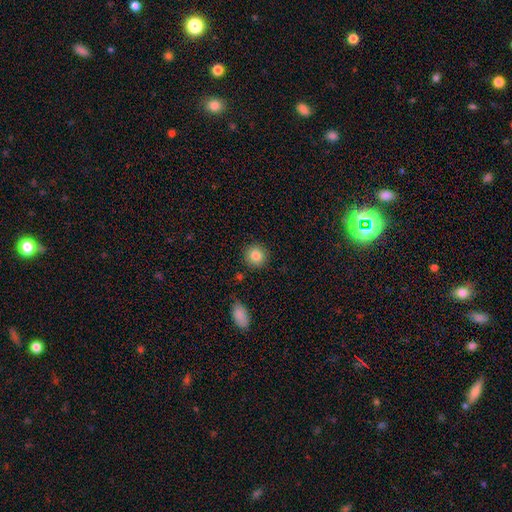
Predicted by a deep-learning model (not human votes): Overall: smooth (85%). How rounded: round (90%). Merging: none (88%).